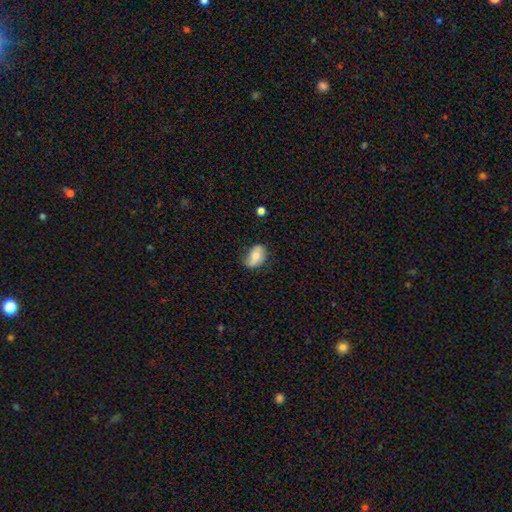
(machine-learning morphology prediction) Overall: smooth (58%; featured or disk 35%). How rounded: in between (86%). Merging: none (57%; minor disturbance 32%).